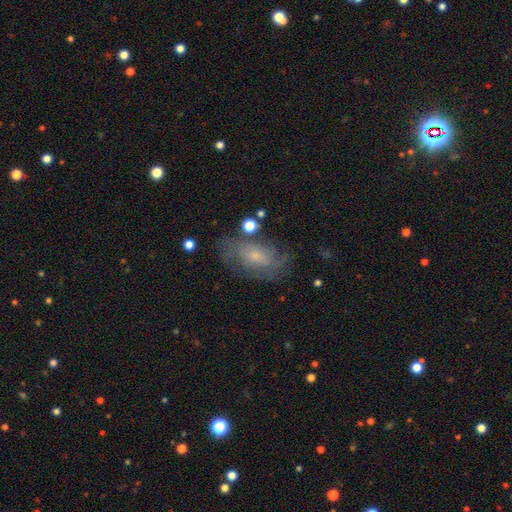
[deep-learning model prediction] A featured or disk galaxy (64%) with no bar (69%), tight (43%) spiral arms (84%) and a small central bulge (66%).

Vote fractions:
- Smooth or featured? featured or disk: 64% / smooth: 26% / star or artifact: 10%
- Edge-on disk? no: 94% / yes: 6%
- Bar? no: 69% / weak: 27% / strong: 4%
- Spiral arms? yes: 84% / no: 16%
- Spiral winding? tight: 43% / medium: 39% / loose: 18%
- Spiral arm count? can't tell: 50% / 2: 18% / 3: 12% / 4: 9% / more than 4: 5% / 1: 5%
- Bulge size? small: 66% / moderate: 23% / none: 7% / large: 3% / dominant: 1%
- Merging? none: 65% / minor disturbance: 20% / major disturbance: 12% / merger: 3%